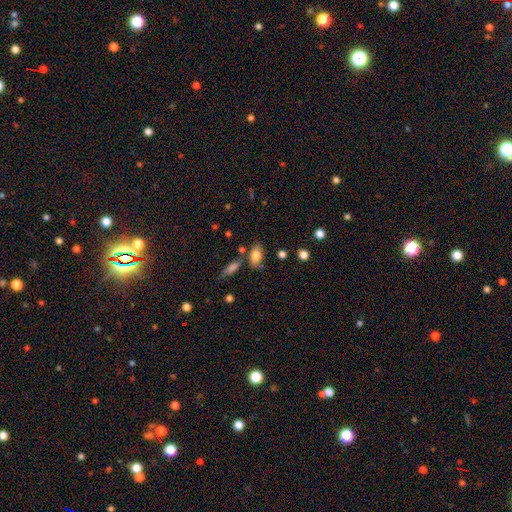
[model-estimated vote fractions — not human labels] smooth-or-featured: smooth: 81% | featured or disk: 11% | star or artifact: 8%
  how-rounded: in between: 87% | round: 9% | cigar-shaped: 4%
  merging: none: 67% | minor disturbance: 18% | merger: 11% | major disturbance: 5%